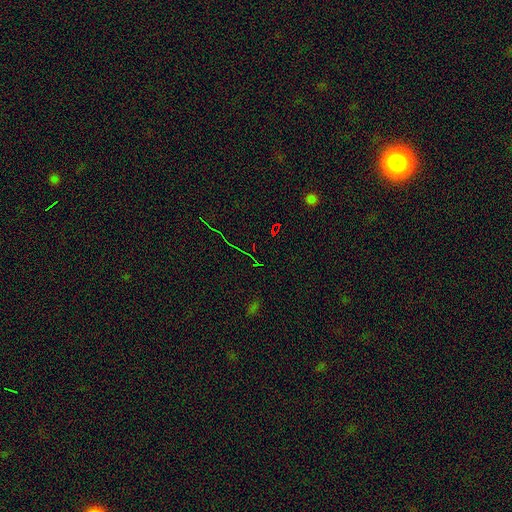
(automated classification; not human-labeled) Smooth or featured? Predicted: star or artifact (p=0.77).